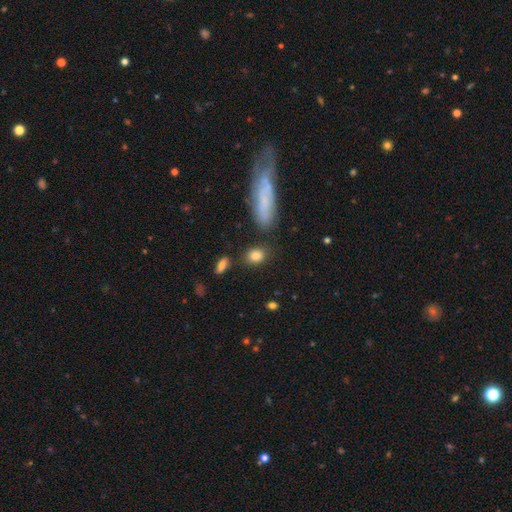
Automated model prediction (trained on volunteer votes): Q: Smooth or featured?
A: smooth (84%); runner-up: star or artifact (9%)
Q: How rounded?
A: in between (55%); runner-up: round (41%)
Q: Merging?
A: none (78%); runner-up: minor disturbance (12%)